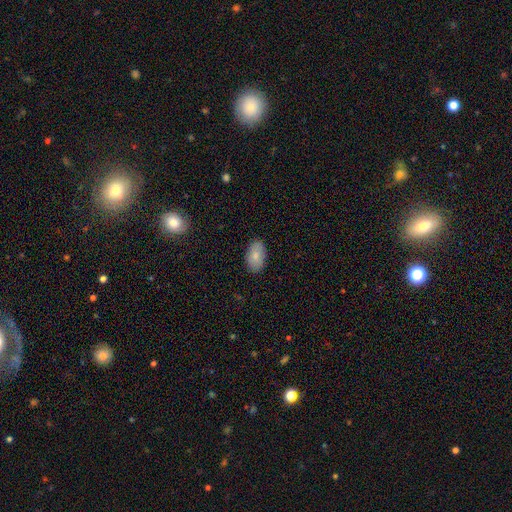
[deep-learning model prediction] Smooth or featured?
  - smooth: 83% *
  - featured or disk: 10%
  - star or artifact: 7%
How rounded?
  - in between: 94% *
  - round: 5%
  - cigar-shaped: 1%
Merging?
  - none: 88% *
  - minor disturbance: 9%
  - major disturbance: 2%
  - merger: 1%